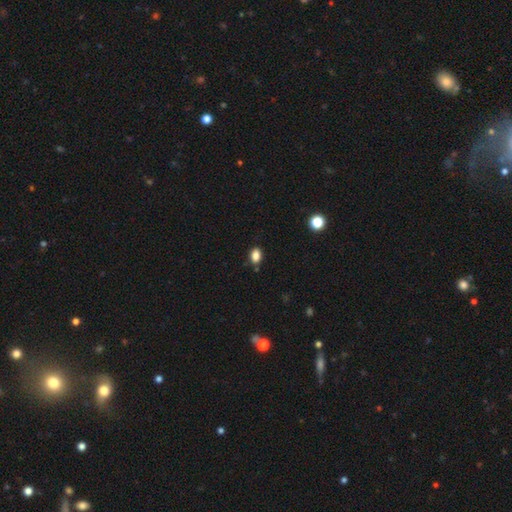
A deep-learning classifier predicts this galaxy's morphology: type=smooth (85%); roundness=in between (80%); merging=none (81%).